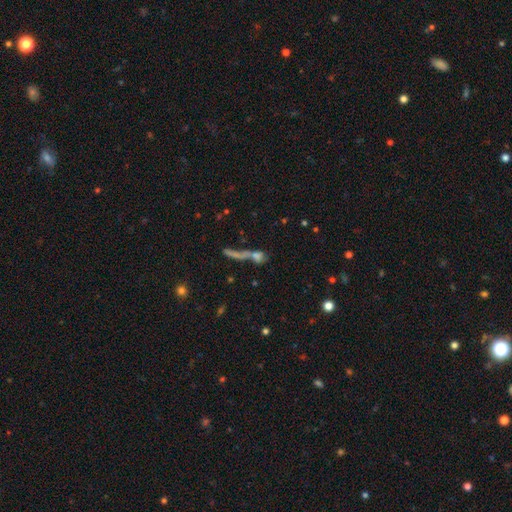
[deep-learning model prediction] Smooth or featured? smooth (48%)
Merging? none (40%)